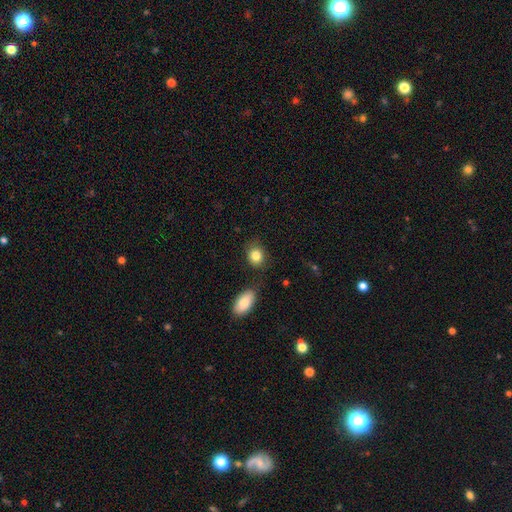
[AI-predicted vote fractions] smooth_or_featured: smooth (p=0.84) [alt: star or artifact p=0.09]
how_rounded: round (p=0.55) [alt: in between p=0.43]
merging: none (p=0.74) [alt: minor disturbance p=0.15]